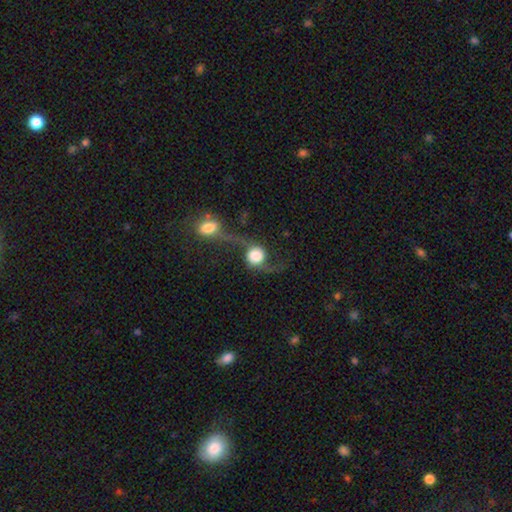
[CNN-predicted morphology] smooth-or-featured: featured or disk: 52% | smooth: 39% | star or artifact: 9%
  disk-edge-on: no: 91% | yes: 9%
  merging: merger: 34% | none: 30% | major disturbance: 23% | minor disturbance: 13%